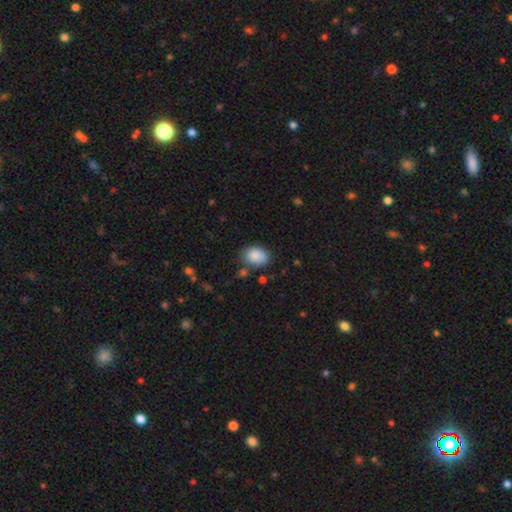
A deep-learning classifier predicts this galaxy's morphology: This is clearly a smooth galaxy (86%). How rounded: likely in between (75%). Merging: likely none (71%).